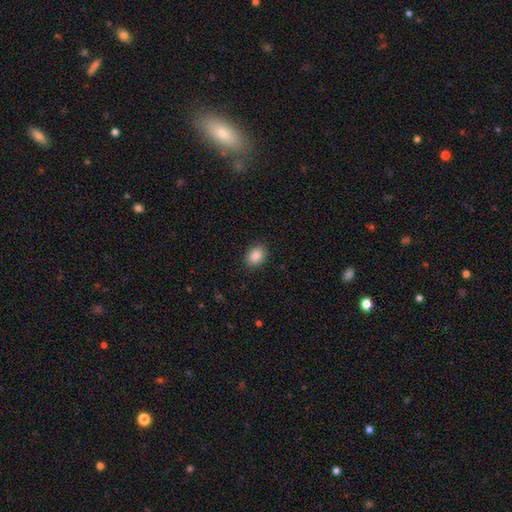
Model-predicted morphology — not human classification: The model was most divided on "how rounded": in between: 71%, round: 28%, cigar-shaped: 1%. More confident: smooth or featured — smooth (89%); merging — none (88%).